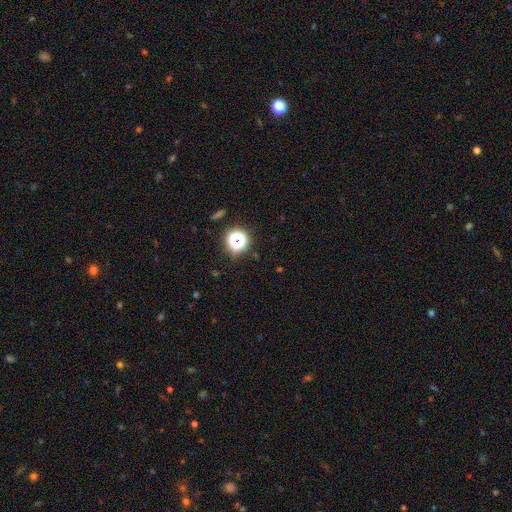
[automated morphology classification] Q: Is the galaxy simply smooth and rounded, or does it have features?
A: star or artifact — 63%.